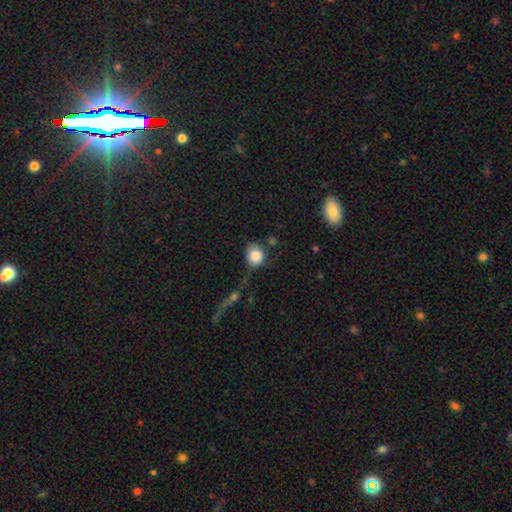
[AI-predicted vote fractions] smooth 84%, star or artifact 9%, featured or disk 7%. Down the decision tree: how rounded — round (82%); merging — none (63%).